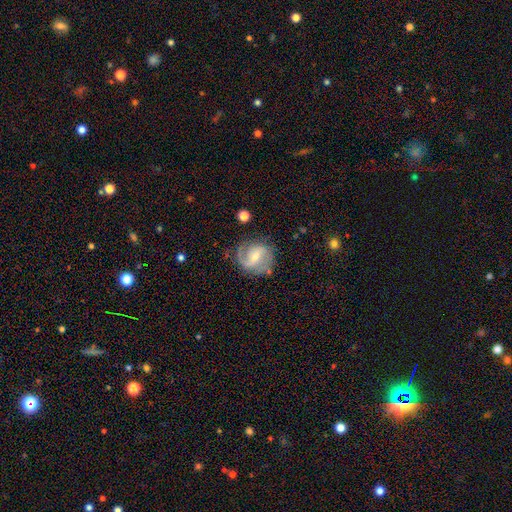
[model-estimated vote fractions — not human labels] Smooth or featured? featured or disk (83%)
Edge-on disk? no (97%)
Bar? weak (49%)
Spiral arms? yes (94%)
Spiral winding? medium (46%)
Spiral arm count? 2 (79%)
Bulge size? small (51%)
Merging? none (74%)